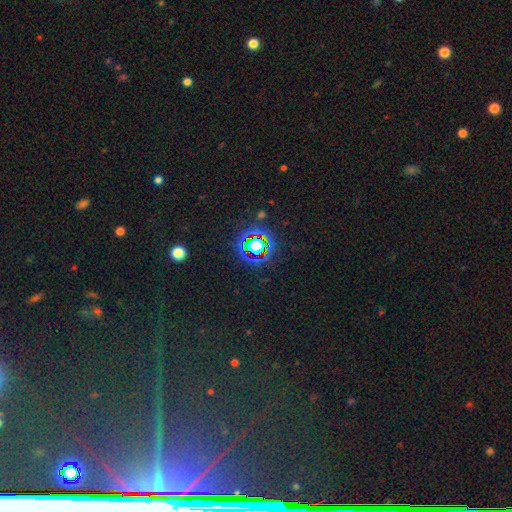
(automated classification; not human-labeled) Overall: star or artifact (78%).